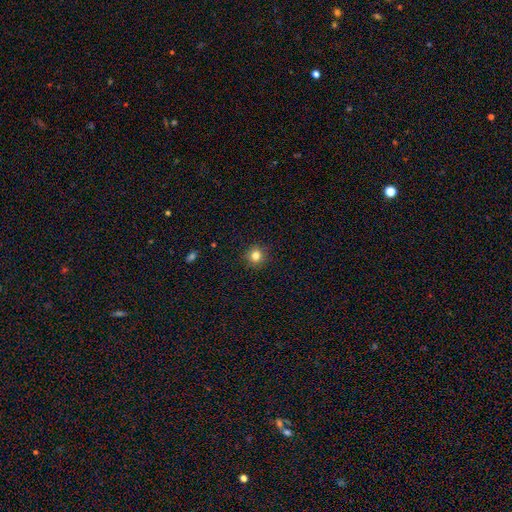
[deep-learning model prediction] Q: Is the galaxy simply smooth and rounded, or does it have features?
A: smooth — 82%.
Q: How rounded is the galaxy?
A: round — 92%.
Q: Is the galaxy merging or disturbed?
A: none — 91%.